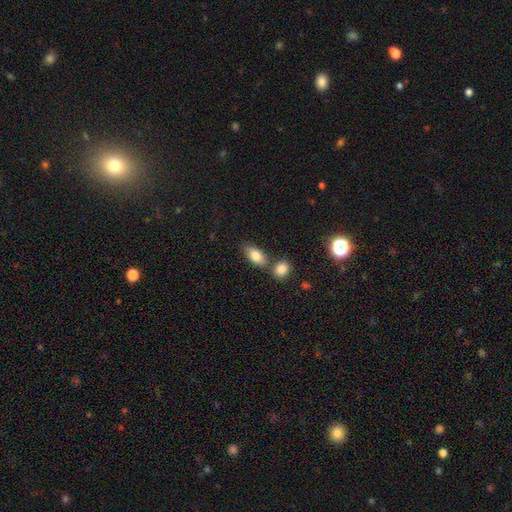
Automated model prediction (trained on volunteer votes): This is clearly a smooth galaxy (81%). How rounded: clearly in between (86%). Merging: possibly none (58%).